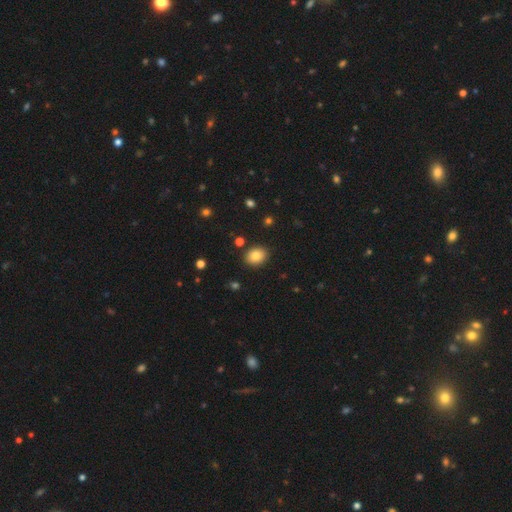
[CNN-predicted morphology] Smooth or featured: smooth — 83% (star or artifact — 10%)
How rounded: in between — 55% (round — 44%)
Merging: none — 88% (minor disturbance — 8%)